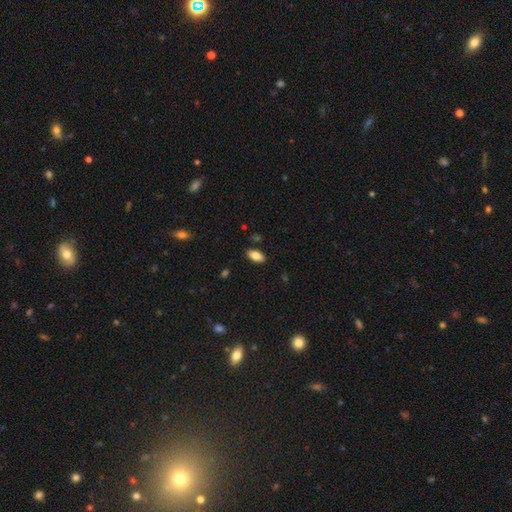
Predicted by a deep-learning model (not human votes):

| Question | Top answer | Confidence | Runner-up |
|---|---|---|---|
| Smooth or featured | smooth | 82% | featured or disk (10%) |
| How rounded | in between | 92% | cigar-shaped (4%) |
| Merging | none | 87% | minor disturbance (10%) |